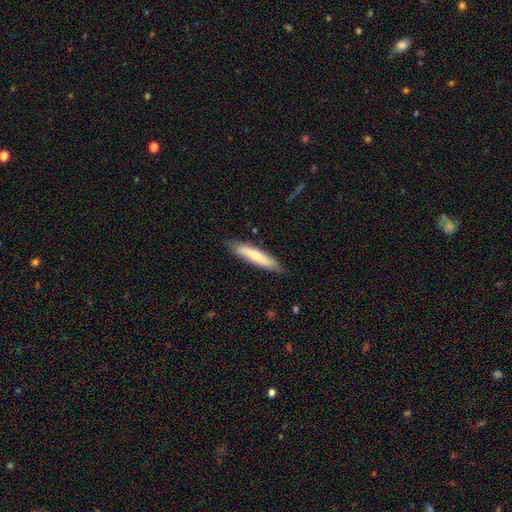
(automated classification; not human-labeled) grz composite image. It shows a smooth galaxy with no disk features (70%) that is cigar-shaped (87%). Merging: none (84%).